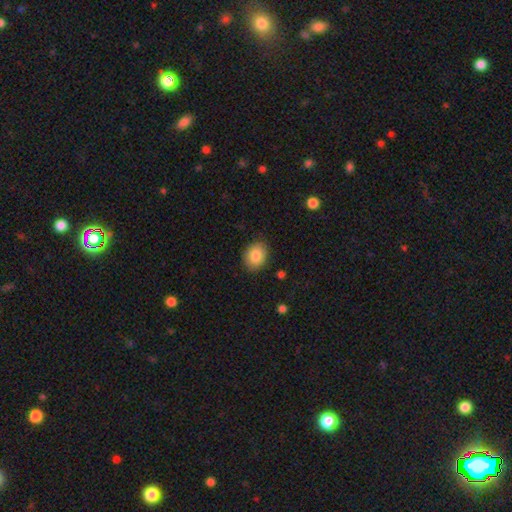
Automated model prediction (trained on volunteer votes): Morphology: type=smooth (84%); roundness=in between (55%); merging=none (86%).